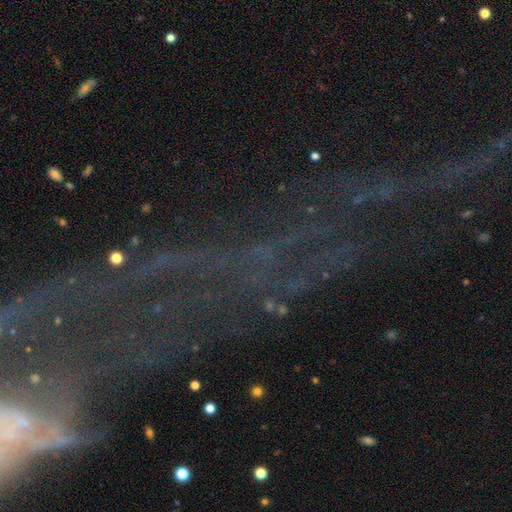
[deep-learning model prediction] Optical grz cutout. It shows a star or artifact, not a galaxy (69%).